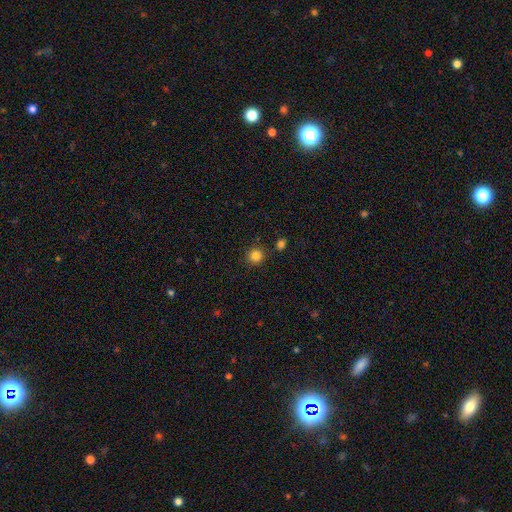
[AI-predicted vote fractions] Smooth or featured? smooth (84%)
How rounded? round (92%)
Merging? none (86%)